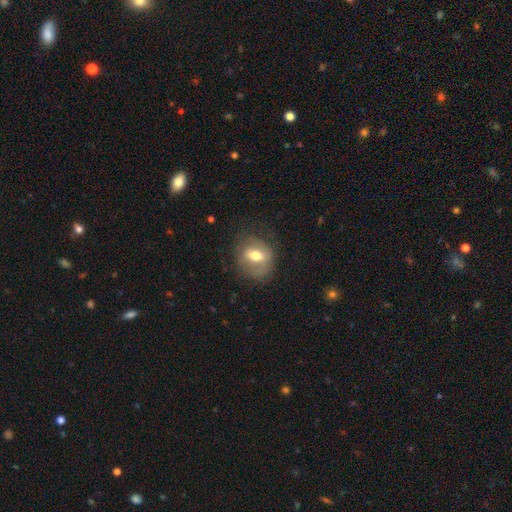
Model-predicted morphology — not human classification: A smooth galaxy with no disk features (57%) that is round (60%). Merging: none (69%).